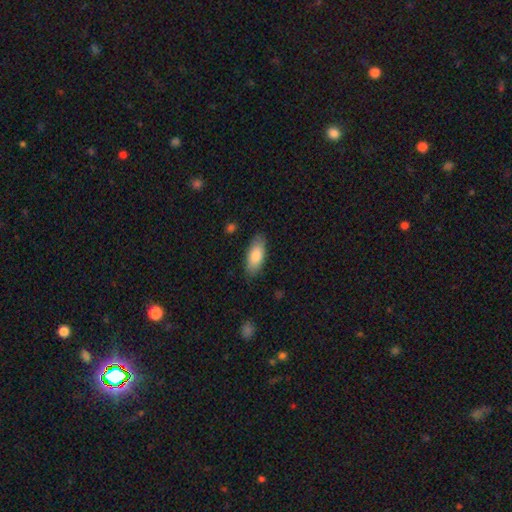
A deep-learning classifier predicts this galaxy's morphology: smooth-or-featured: smooth: 81% | featured or disk: 13% | star or artifact: 6%
  how-rounded: in between: 83% | cigar-shaped: 15% | round: 2%
  merging: none: 85% | minor disturbance: 12% | major disturbance: 2% | merger: 1%